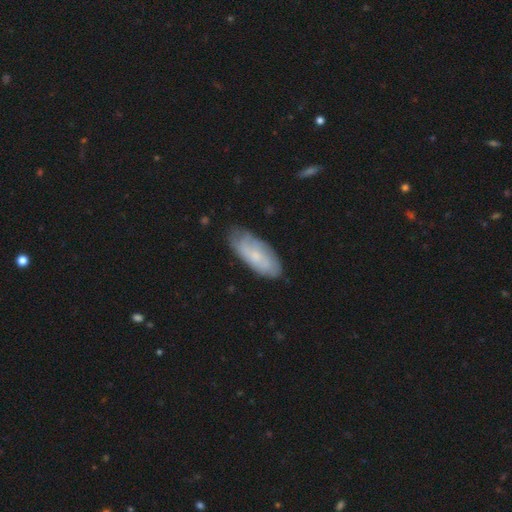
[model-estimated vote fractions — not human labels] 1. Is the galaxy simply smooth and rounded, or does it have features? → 51% smooth, 43% featured or disk, 6% star or artifact.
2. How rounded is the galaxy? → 80% in between, 18% cigar-shaped, 2% round.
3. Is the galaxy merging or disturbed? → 69% none, 24% minor disturbance, 5% major disturbance, 2% merger.